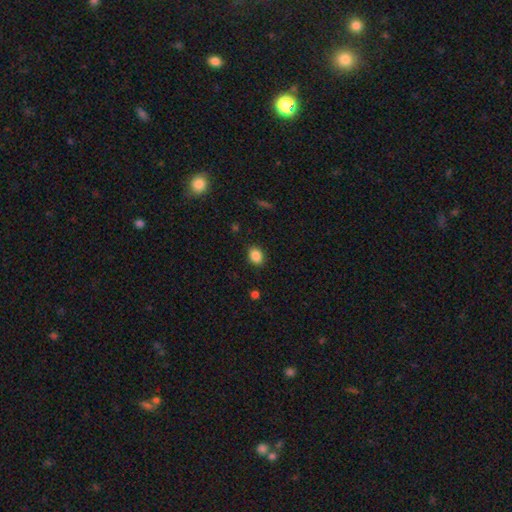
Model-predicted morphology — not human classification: type=smooth (87%); roundness=in between (59%); merging=none (87%).